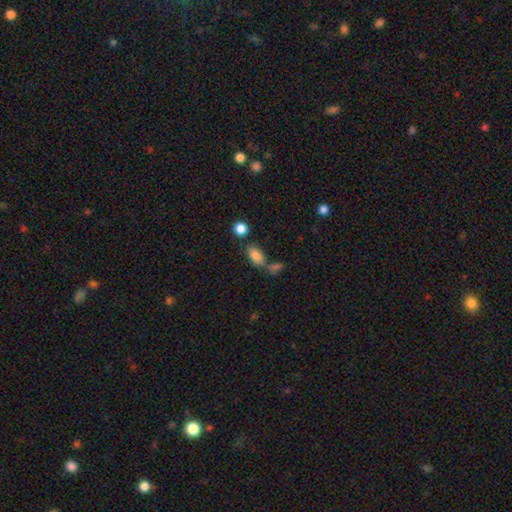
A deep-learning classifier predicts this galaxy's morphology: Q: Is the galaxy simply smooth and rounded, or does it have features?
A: smooth — 84%.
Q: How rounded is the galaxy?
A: in between — 90%.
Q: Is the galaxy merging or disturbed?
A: none — 55%.